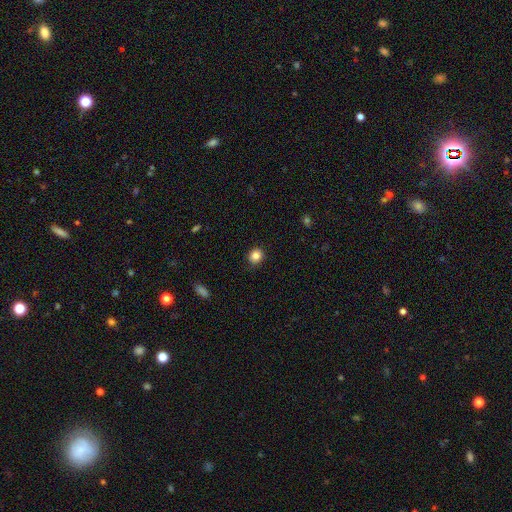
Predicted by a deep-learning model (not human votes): Overall: smooth (84%). How rounded: round (82%). Merging: none (88%).